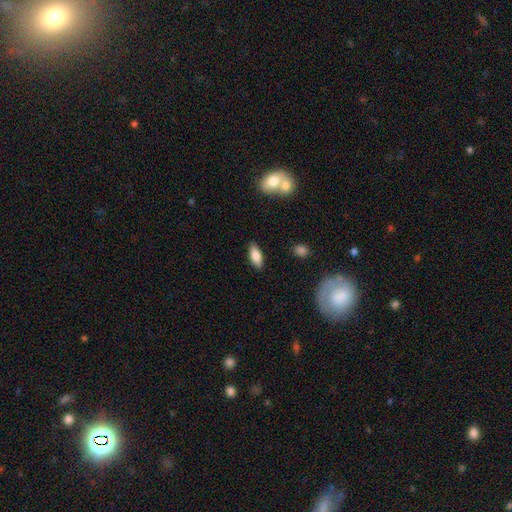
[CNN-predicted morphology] Smooth or featured? Predicted: smooth (p=0.80). How rounded? Predicted: in between (p=0.81). Merging? Predicted: none (p=0.86).